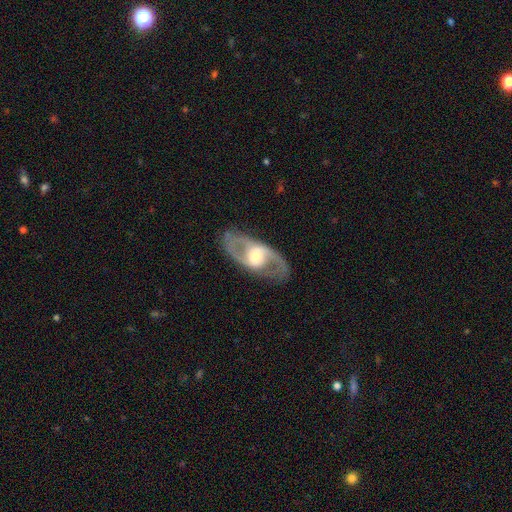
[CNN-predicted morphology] featured or disk 83%, smooth 12%, star or artifact 5%. Down the decision tree: edge-on disk — no (91%); bar — no (40%); spiral arms — yes (83%); spiral arm count — 2 (89%); spiral winding — medium (53%); bulge size — moderate (59%); merging — none (82%).